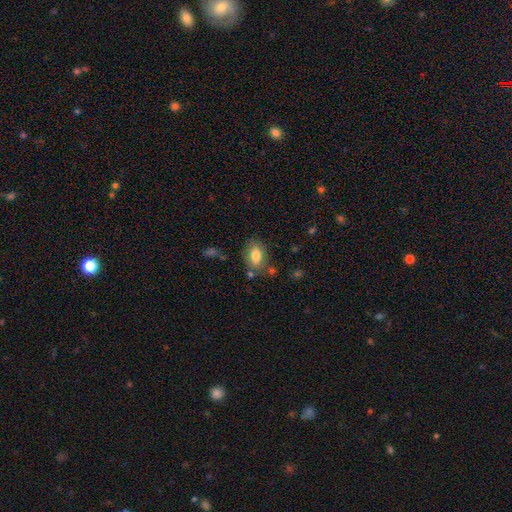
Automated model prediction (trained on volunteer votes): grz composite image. It shows a smooth galaxy with no disk features (79%) that is in between round and cigar-shaped (86%). Merging: none (73%).